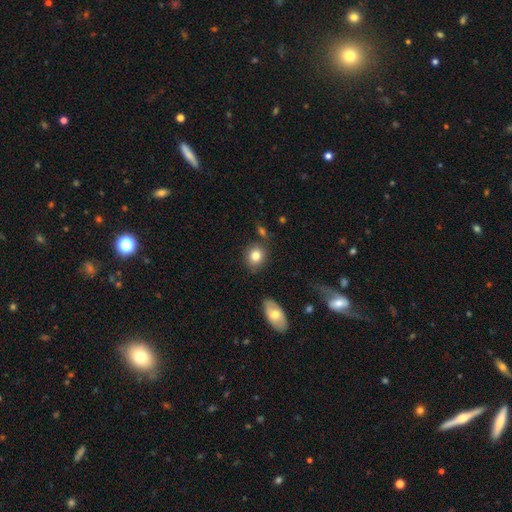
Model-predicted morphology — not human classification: smooth-or-featured: smooth: 82% | featured or disk: 9% | star or artifact: 9%
  how-rounded: round: 69% | in between: 30% | cigar-shaped: 1%
  merging: none: 77% | minor disturbance: 13% | merger: 6% | major disturbance: 4%